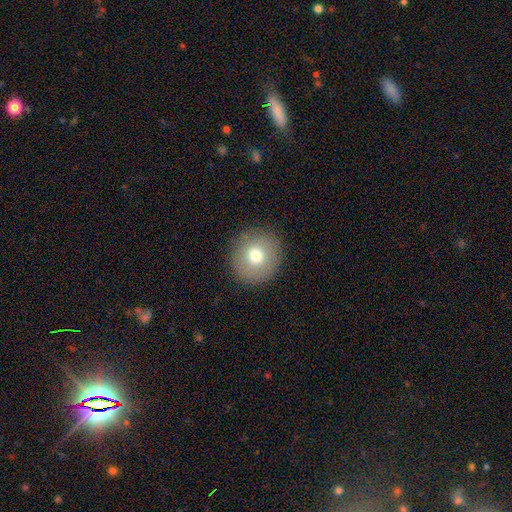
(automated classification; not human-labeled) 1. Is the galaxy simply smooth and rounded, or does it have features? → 74% smooth, 16% featured or disk, 11% star or artifact.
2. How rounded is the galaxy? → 91% round, 8% in between, 1% cigar-shaped.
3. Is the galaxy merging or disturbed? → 89% none, 7% minor disturbance, 3% major disturbance, 1% merger.